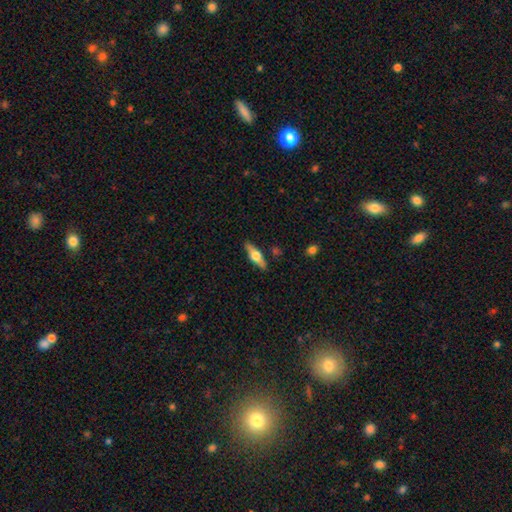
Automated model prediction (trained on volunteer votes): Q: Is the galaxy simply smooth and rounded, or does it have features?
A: featured or disk — 56%.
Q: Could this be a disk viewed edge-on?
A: yes — 94%.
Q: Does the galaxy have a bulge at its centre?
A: rounded — 93%.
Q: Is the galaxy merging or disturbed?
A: none — 86%.